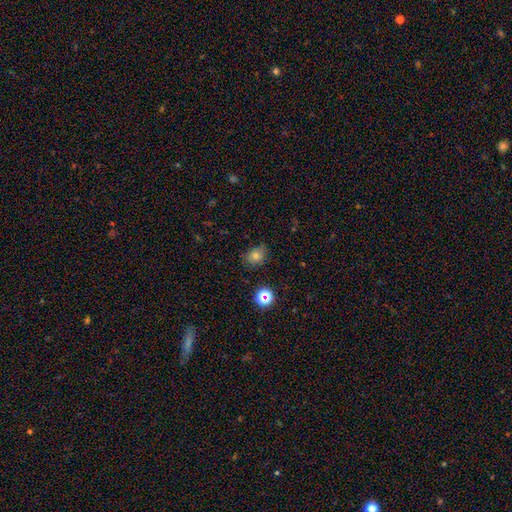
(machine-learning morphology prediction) smooth_or_featured: smooth (p=0.71) [alt: star or artifact p=0.19]
how_rounded: in between (p=0.50) [alt: round p=0.49]
merging: none (p=0.78) [alt: minor disturbance p=0.16]